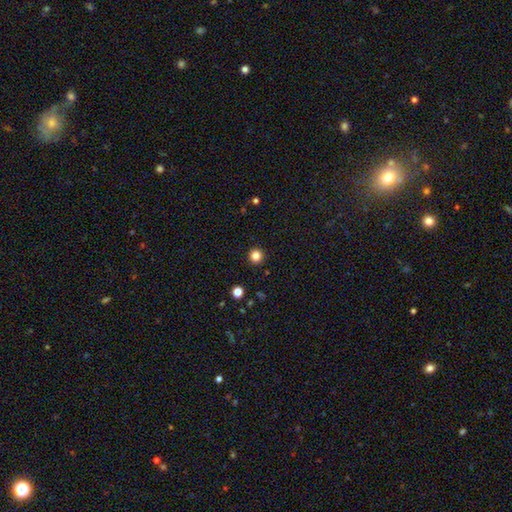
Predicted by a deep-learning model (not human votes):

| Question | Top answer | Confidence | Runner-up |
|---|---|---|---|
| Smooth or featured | smooth | 84% | star or artifact (12%) |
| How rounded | round | 96% | in between (3%) |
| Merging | none | 94% | minor disturbance (4%) |